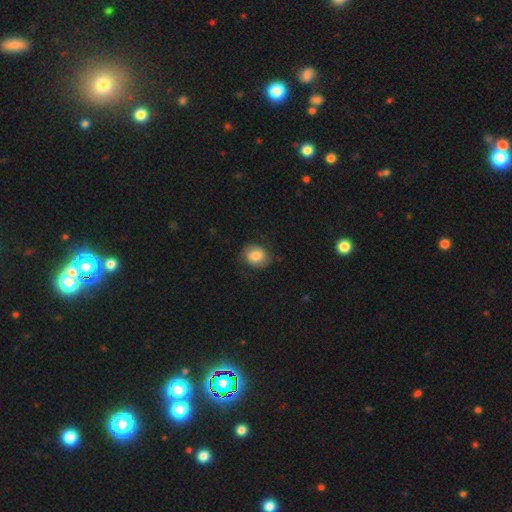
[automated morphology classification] A smooth galaxy with no disk features (62%) that is round (51%).

Vote fractions:
- Smooth or featured? smooth: 62% / featured or disk: 30% / star or artifact: 8%
- How rounded? round: 51% / in between: 48% / cigar-shaped: 1%
- Merging? none: 74% / minor disturbance: 18% / major disturbance: 7% / merger: 1%